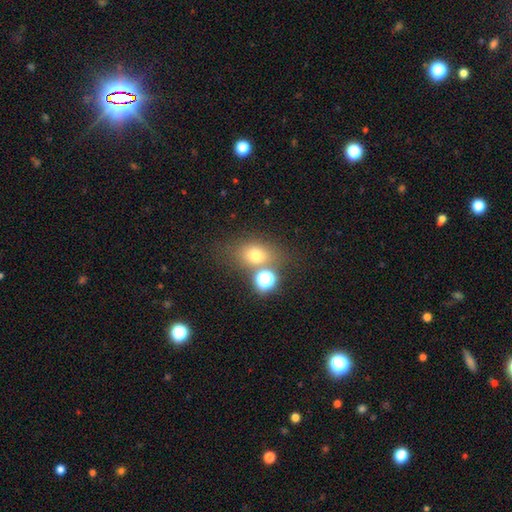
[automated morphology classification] Smooth or featured?
  - smooth: 67% *
  - star or artifact: 20%
  - featured or disk: 12%
How rounded?
  - in between: 51% *
  - round: 48%
  - cigar-shaped: 2%
Merging?
  - none: 62% *
  - merger: 19%
  - minor disturbance: 13%
  - major disturbance: 6%